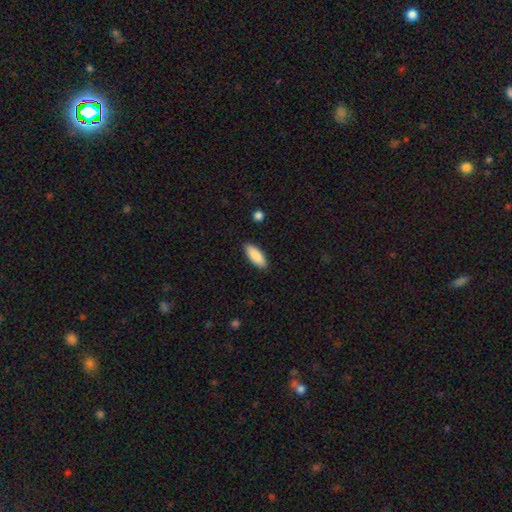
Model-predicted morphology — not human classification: The model was most divided on "how rounded": in between: 73%, cigar-shaped: 25%, round: 2%. More confident: merging — none (89%); smooth or featured — smooth (88%).